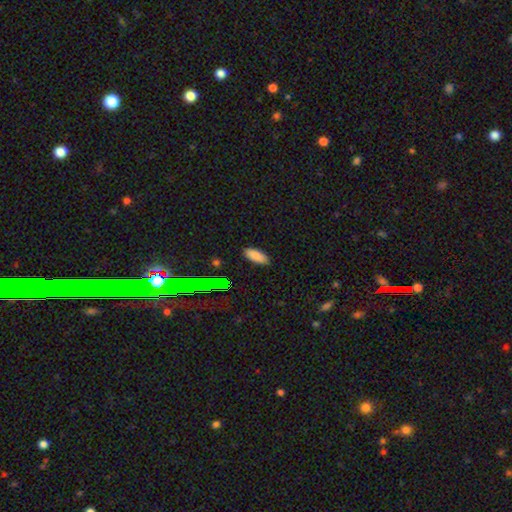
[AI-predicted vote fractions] Smooth or featured?
  - smooth: 84% *
  - star or artifact: 10%
  - featured or disk: 5%
How rounded?
  - in between: 81% *
  - cigar-shaped: 17%
  - round: 2%
Merging?
  - none: 87% *
  - minor disturbance: 10%
  - major disturbance: 2%
  - merger: 1%